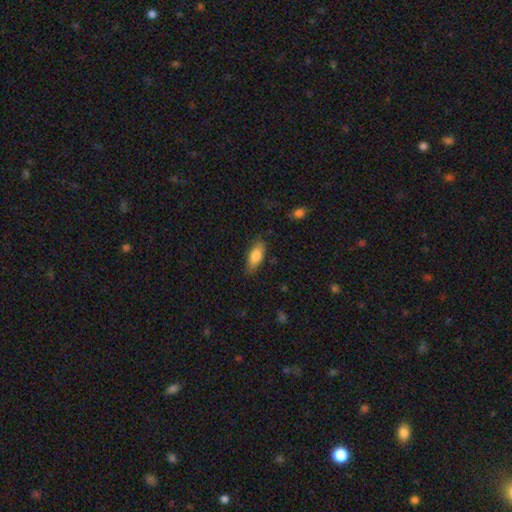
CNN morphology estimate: Smooth or featured?
  - smooth: 79% *
  - featured or disk: 14%
  - star or artifact: 7%
How rounded?
  - in between: 78% *
  - cigar-shaped: 20%
  - round: 3%
Merging?
  - none: 80% *
  - minor disturbance: 16%
  - major disturbance: 3%
  - merger: 1%